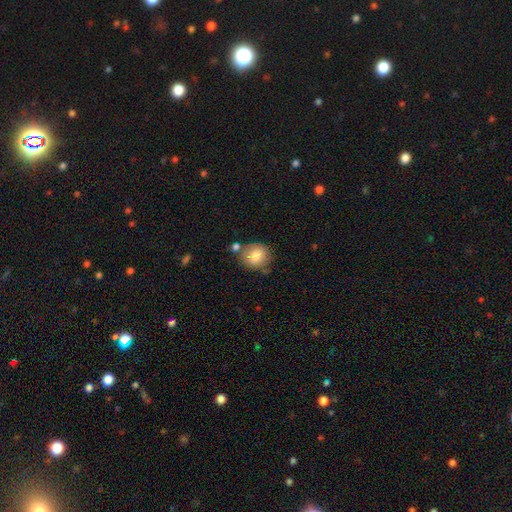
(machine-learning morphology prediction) smooth_or_featured: smooth (p=0.79) [alt: featured or disk p=0.13]
how_rounded: round (p=0.78) [alt: in between p=0.21]
merging: none (p=0.67) [alt: minor disturbance p=0.16]